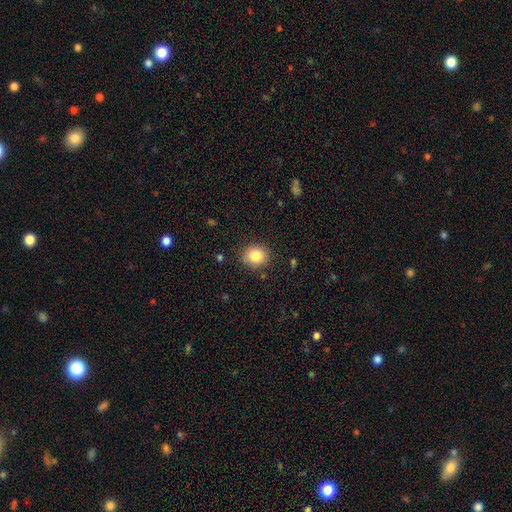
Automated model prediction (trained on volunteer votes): Overall: smooth (83%). How rounded: round (75%). Merging: none (86%).